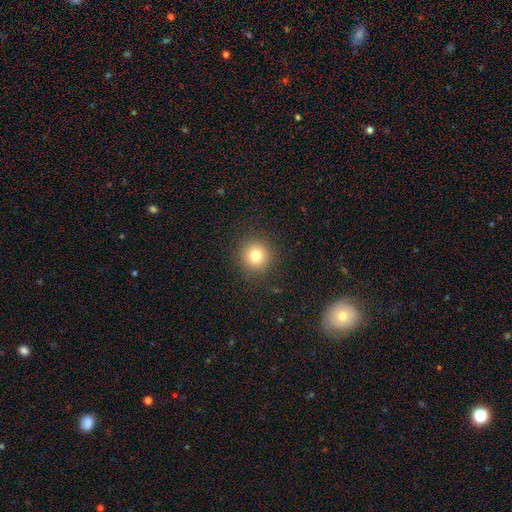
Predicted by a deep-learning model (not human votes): smooth 78%, star or artifact 13%, featured or disk 9%. Down the decision tree: how rounded — round (94%); merging — none (90%).